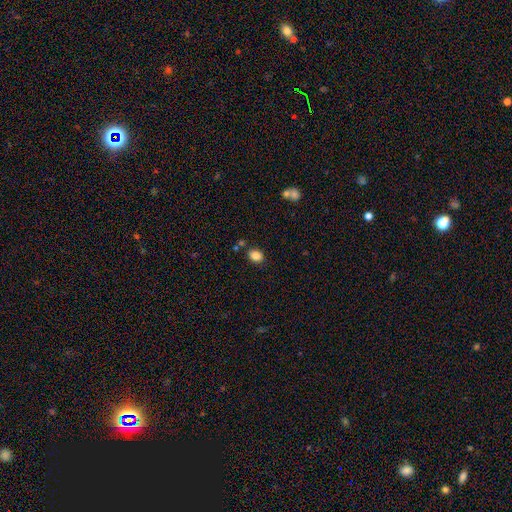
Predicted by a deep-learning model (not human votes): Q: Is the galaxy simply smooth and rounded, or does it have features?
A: smooth — 85%.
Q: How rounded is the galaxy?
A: in between — 65%.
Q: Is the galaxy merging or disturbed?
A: none — 79%.